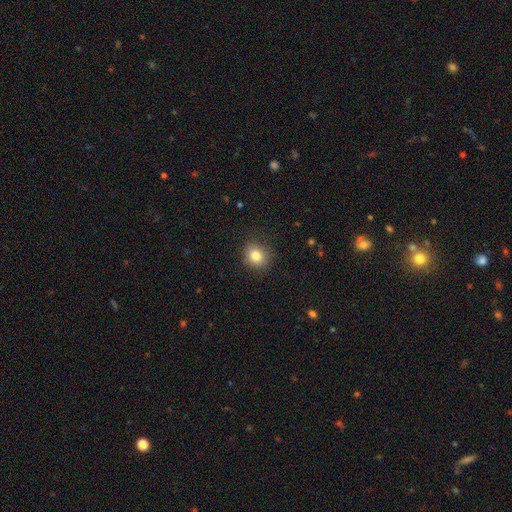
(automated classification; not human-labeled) This appears to be a smooth galaxy with no disk features (80%) that is round (78%). Merging: none (85%).